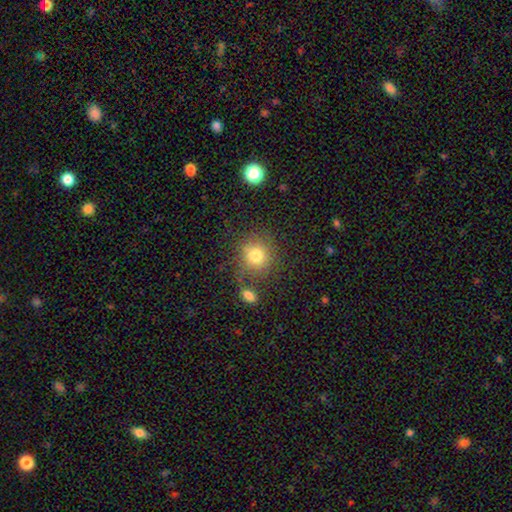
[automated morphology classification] type=smooth (77%); roundness=round (86%); merging=none (74%).